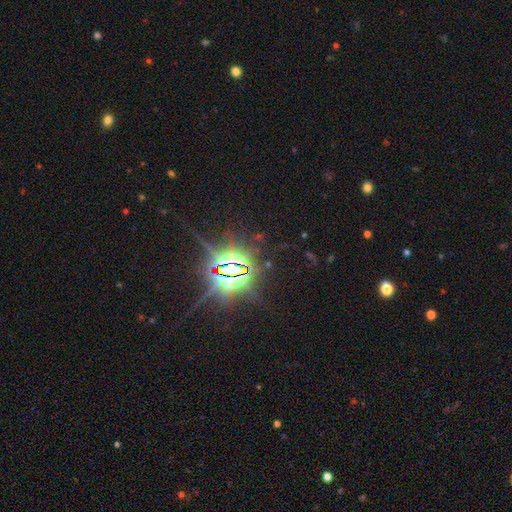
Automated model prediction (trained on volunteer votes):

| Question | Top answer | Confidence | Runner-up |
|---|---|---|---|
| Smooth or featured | star or artifact | 88% | smooth (6%) |